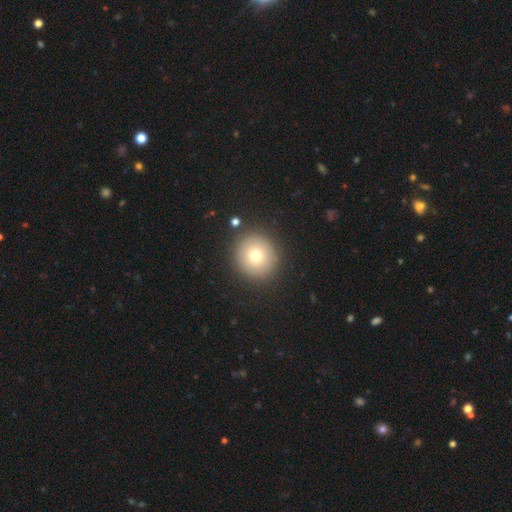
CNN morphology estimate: smooth 74%, featured or disk 13%, star or artifact 13%. Down the decision tree: how rounded — round (92%); merging — none (90%).